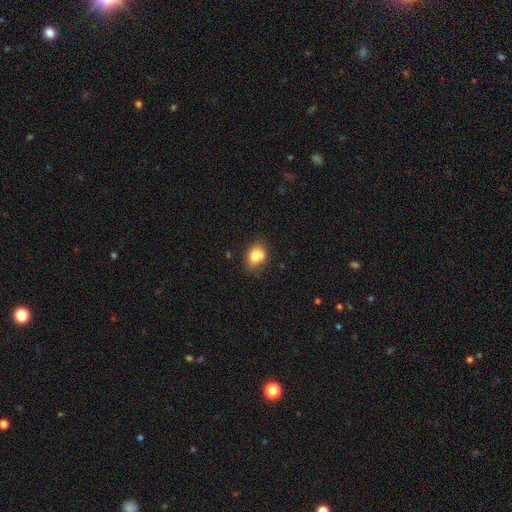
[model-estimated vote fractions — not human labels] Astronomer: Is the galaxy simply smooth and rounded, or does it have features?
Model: smooth — 78%.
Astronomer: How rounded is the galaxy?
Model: in between — 57% (runner-up: round, 42%).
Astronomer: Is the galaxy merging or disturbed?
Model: none — 62%.